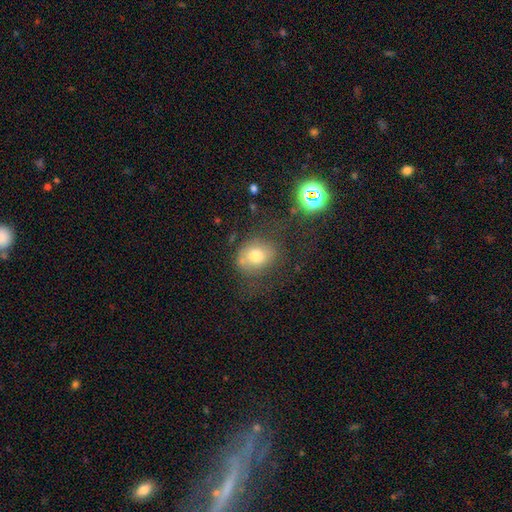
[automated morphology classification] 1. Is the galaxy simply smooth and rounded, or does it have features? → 69% smooth, 17% featured or disk, 14% star or artifact.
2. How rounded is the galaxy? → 59% round, 40% in between, 1% cigar-shaped.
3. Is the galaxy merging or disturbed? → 60% none, 21% minor disturbance, 13% major disturbance, 5% merger.